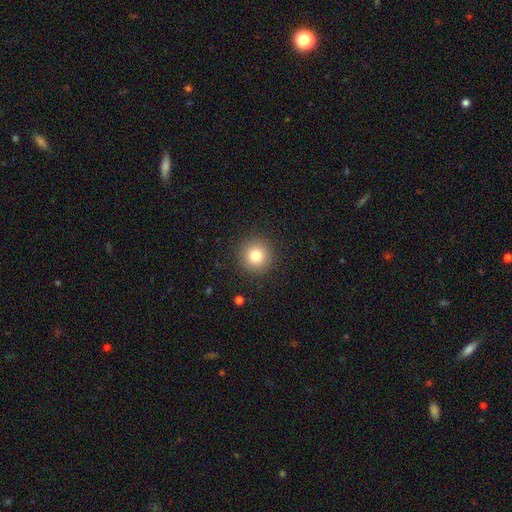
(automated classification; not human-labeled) This appears to be a smooth galaxy with no disk features (81%) that is round (95%). Merging: none (91%).